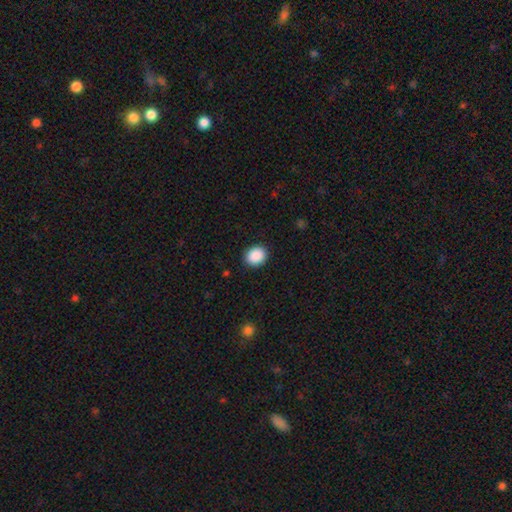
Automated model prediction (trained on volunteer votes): A smooth galaxy with no disk features (90%) that is round (66%).

Vote fractions:
- Smooth or featured? smooth: 90% / star or artifact: 8% / featured or disk: 2%
- How rounded? round: 66% / in between: 33% / cigar-shaped: 1%
- Merging? none: 90% / minor disturbance: 7% / major disturbance: 2% / merger: 1%